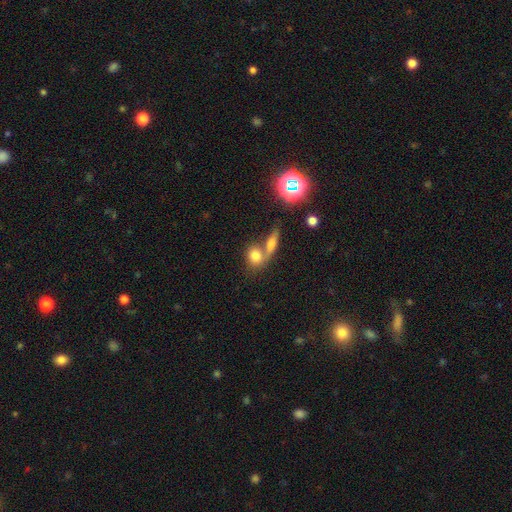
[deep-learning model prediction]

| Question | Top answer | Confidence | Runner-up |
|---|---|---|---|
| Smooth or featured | smooth | 74% | featured or disk (14%) |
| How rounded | round | 52% | in between (41%) |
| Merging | merger | 44% | none (43%) |